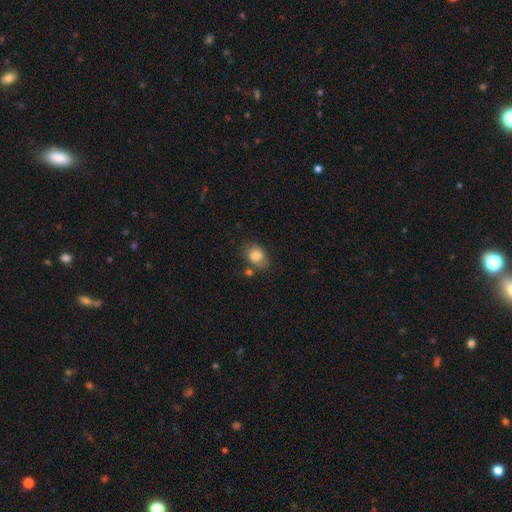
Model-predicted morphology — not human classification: type=smooth (77%); roundness=in between (78%); merging=none (55%).